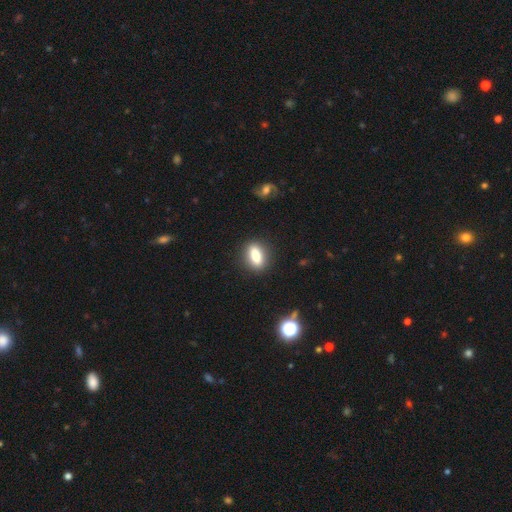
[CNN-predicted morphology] type=smooth (78%); roundness=in between (74%); merging=none (87%).